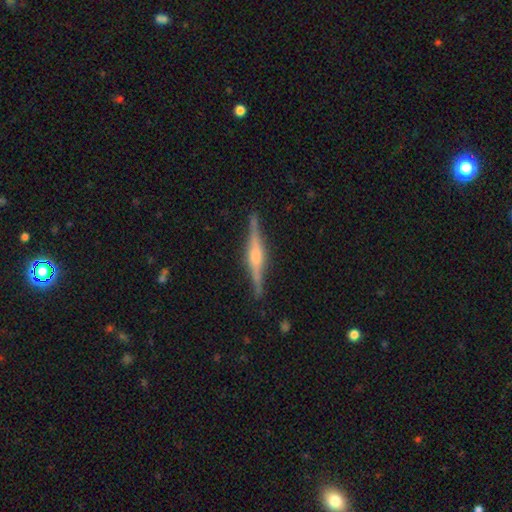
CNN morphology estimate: A featured or disk galaxy (83%) viewed edge-on (98%) with a rounded central bulge (77%). Merging: none (90%).